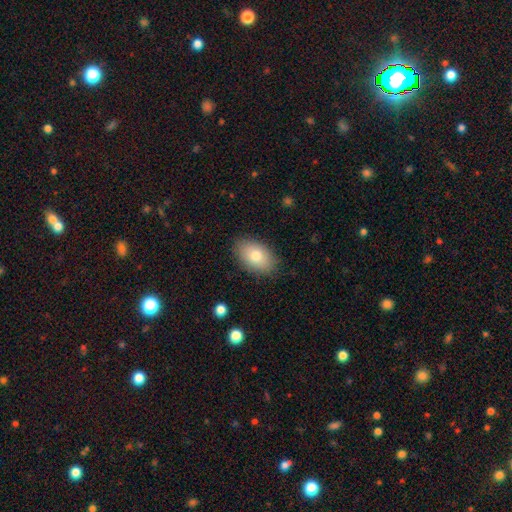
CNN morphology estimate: This is likely a smooth galaxy (79%). How rounded: clearly in between (90%). Merging: clearly none (86%).